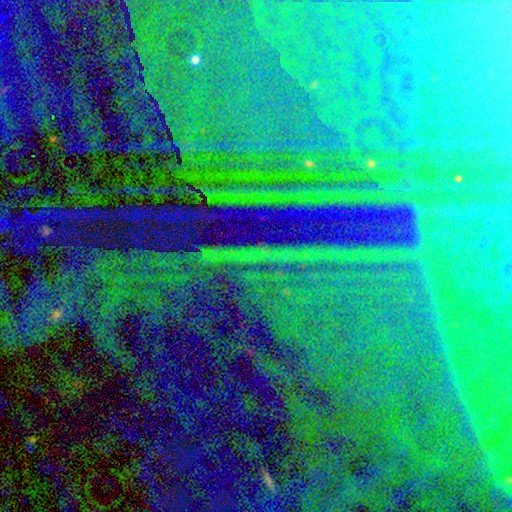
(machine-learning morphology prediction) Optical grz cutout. It shows a star or artifact, not a galaxy (85%).